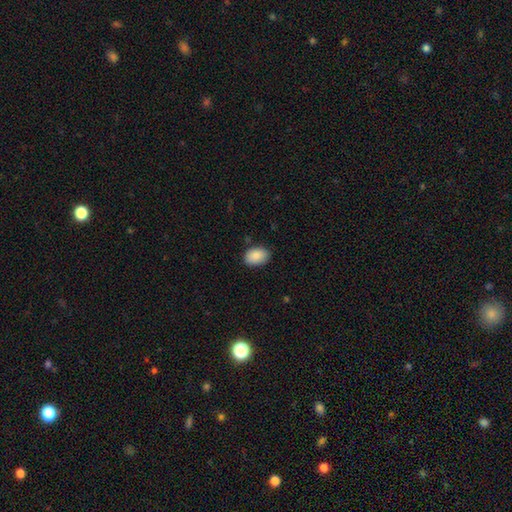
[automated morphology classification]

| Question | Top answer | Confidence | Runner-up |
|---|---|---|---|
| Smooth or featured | smooth | 89% | star or artifact (7%) |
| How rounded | in between | 85% | round (14%) |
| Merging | none | 83% | minor disturbance (13%) |